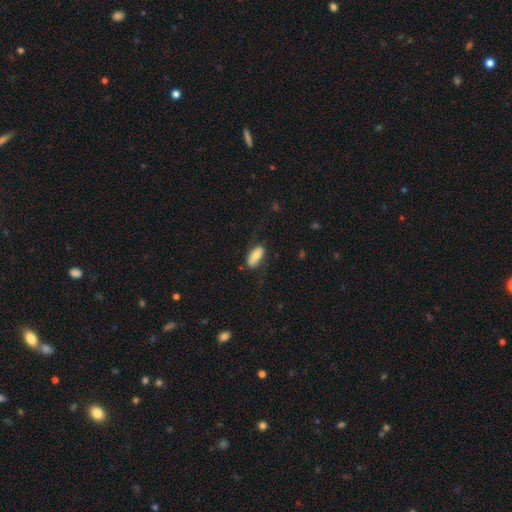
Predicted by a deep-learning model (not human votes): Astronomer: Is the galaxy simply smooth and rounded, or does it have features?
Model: smooth — 74%.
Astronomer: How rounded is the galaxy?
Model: in between — 82%.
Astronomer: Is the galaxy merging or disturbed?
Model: none — 74%.